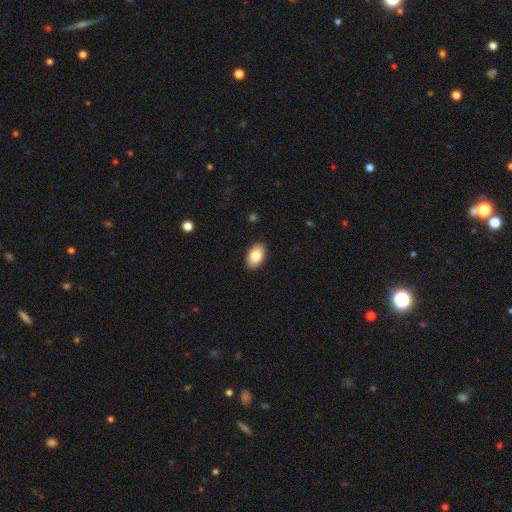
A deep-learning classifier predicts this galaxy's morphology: Q: Smooth or featured?
A: smooth (83%); runner-up: featured or disk (10%)
Q: How rounded?
A: in between (93%); runner-up: round (6%)
Q: Merging?
A: none (89%); runner-up: minor disturbance (8%)